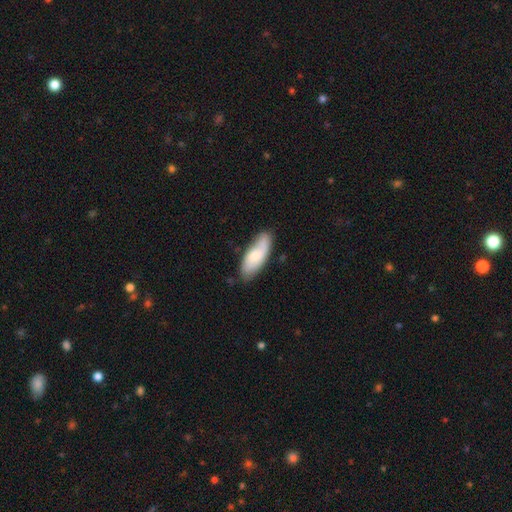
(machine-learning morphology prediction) Smooth or featured? smooth (63%)
How rounded? in between (76%)
Merging? none (69%)